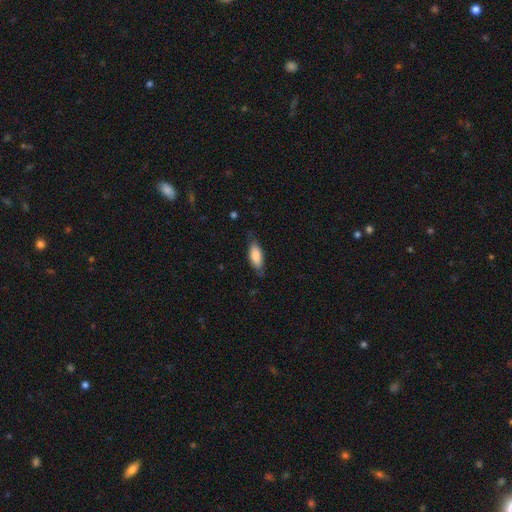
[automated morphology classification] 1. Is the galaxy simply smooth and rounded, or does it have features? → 80% smooth, 14% featured or disk, 6% star or artifact.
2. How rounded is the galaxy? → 79% in between, 19% cigar-shaped, 2% round.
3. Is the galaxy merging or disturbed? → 71% none, 23% minor disturbance, 5% major disturbance, 1% merger.